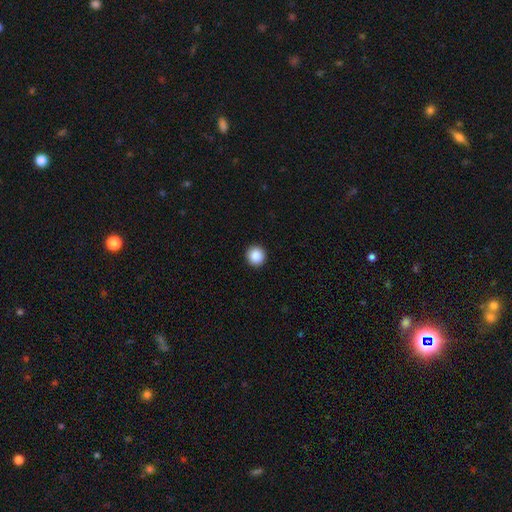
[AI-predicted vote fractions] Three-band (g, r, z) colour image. It shows a smooth galaxy with no disk features (89%) that is round (95%). Merging: none (93%).